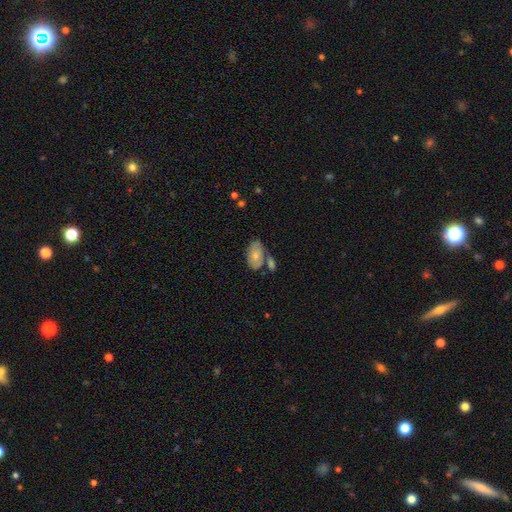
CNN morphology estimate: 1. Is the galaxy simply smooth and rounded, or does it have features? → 61% smooth, 33% featured or disk, 7% star or artifact.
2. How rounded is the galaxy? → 91% in between, 7% round, 2% cigar-shaped.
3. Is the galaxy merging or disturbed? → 49% none, 26% merger, 19% minor disturbance, 6% major disturbance.